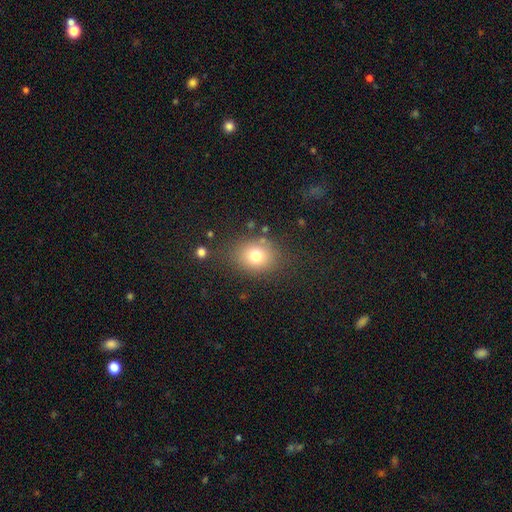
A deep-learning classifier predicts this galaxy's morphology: Smooth or featured?
  - smooth: 75% *
  - star or artifact: 13%
  - featured or disk: 12%
How rounded?
  - round: 54% *
  - in between: 45%
  - cigar-shaped: 1%
Merging?
  - none: 77% *
  - minor disturbance: 13%
  - major disturbance: 6%
  - merger: 3%